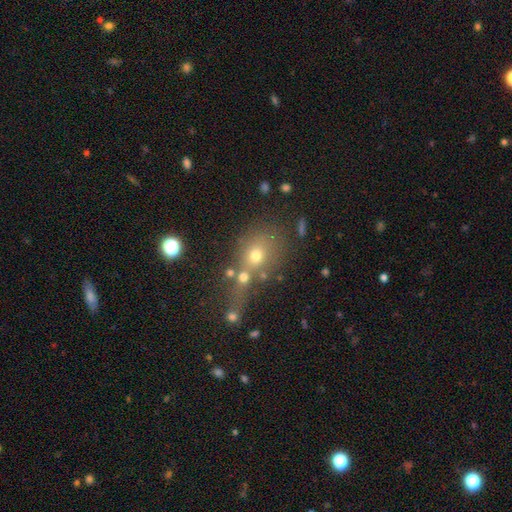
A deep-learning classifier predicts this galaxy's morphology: Smooth or featured?
  - smooth: 62% *
  - featured or disk: 19%
  - star or artifact: 19%
How rounded?
  - round: 60% *
  - in between: 37%
  - cigar-shaped: 3%
Merging?
  - merger: 39% *
  - none: 38%
  - minor disturbance: 12%
  - major disturbance: 11%